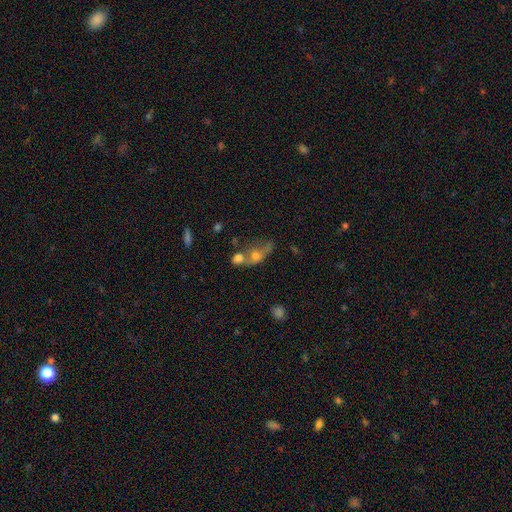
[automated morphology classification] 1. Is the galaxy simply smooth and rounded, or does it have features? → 58% smooth, 28% featured or disk, 13% star or artifact.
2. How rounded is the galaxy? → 55% in between, 37% round, 8% cigar-shaped.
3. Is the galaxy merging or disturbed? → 56% merger, 22% none, 11% minor disturbance, 10% major disturbance.